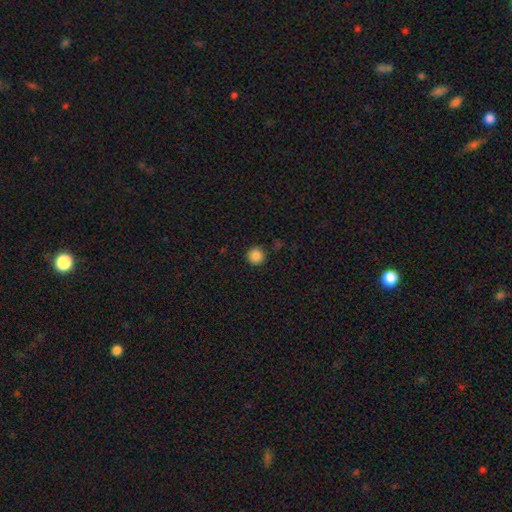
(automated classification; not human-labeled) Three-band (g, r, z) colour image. It shows a smooth galaxy with no disk features (86%) that is round (95%). Merging: none (91%).